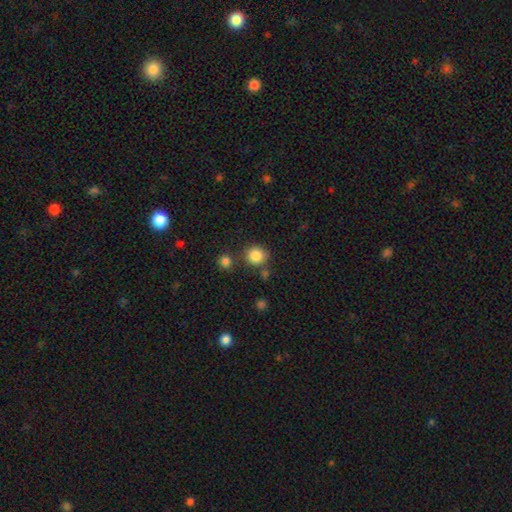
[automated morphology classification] This appears to be a smooth galaxy with no disk features (86%) that is round (89%). Merging: none (77%).